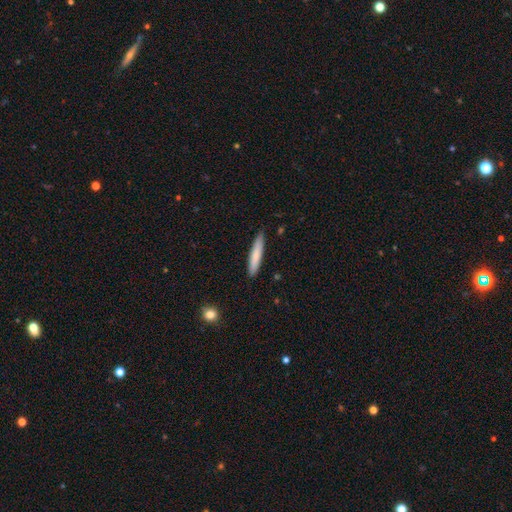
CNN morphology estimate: smooth 78%, featured or disk 17%, star or artifact 6%. Down the decision tree: how rounded — cigar-shaped (91%); merging — none (88%).